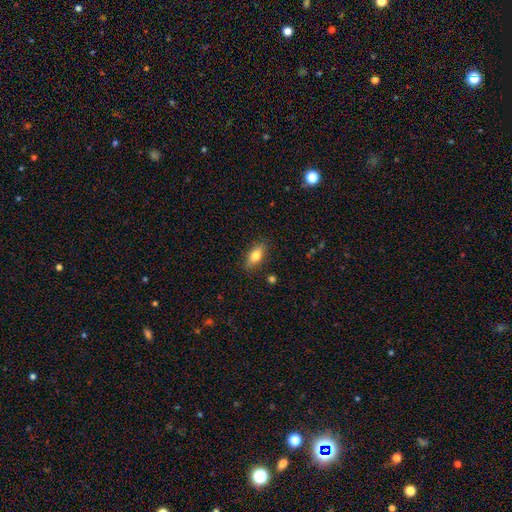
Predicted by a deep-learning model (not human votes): The model was most divided on "smooth or featured": smooth: 77%, featured or disk: 16%, star or artifact: 8%. More confident: merging — none (84%); how rounded — in between (82%).